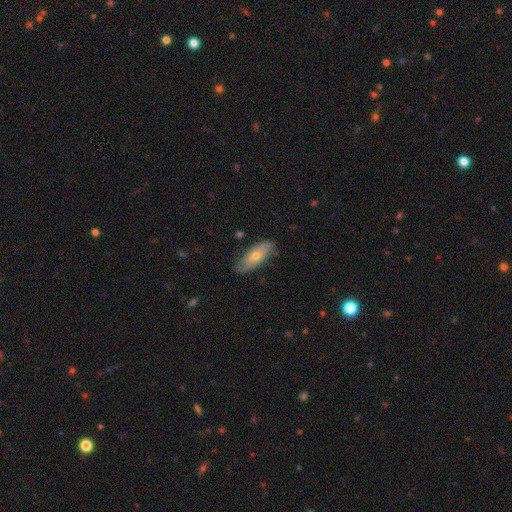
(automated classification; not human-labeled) Smooth or featured: smooth — 56% (featured or disk — 38%)
How rounded: in between — 77% (cigar-shaped — 20%)
Merging: none — 72% (minor disturbance — 22%)